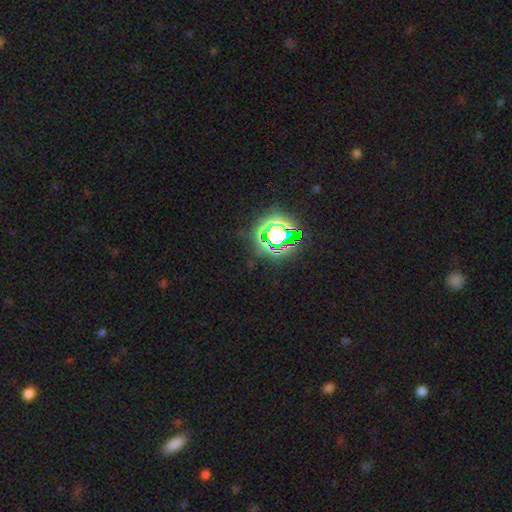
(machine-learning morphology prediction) A star or artifact, not a galaxy (79%).